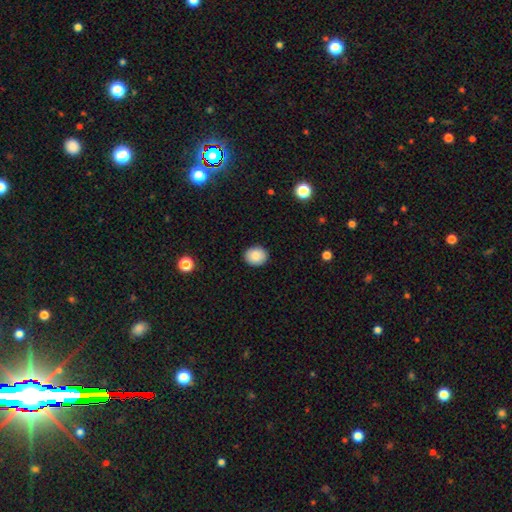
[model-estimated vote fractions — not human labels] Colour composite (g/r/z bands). It shows a smooth galaxy with no disk features (86%) that is round (66%). Merging: none (90%).